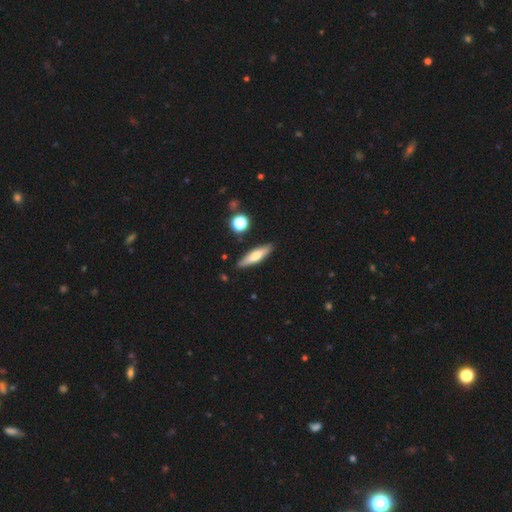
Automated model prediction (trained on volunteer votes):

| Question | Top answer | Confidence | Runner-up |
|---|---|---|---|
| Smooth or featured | smooth | 58% | featured or disk (35%) |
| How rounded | cigar-shaped | 73% | in between (25%) |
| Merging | none | 86% | minor disturbance (9%) |